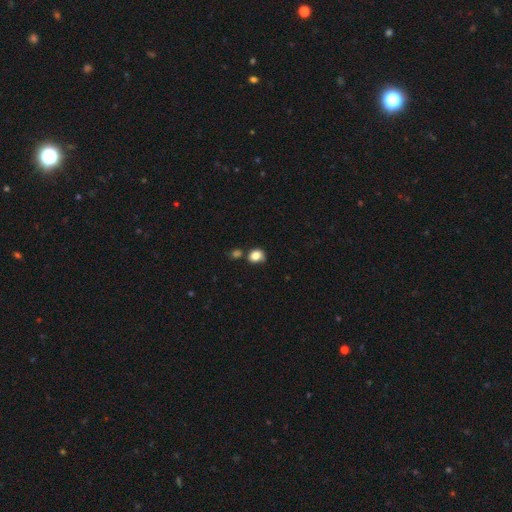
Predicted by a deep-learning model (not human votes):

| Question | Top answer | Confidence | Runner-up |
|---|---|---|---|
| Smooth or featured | smooth | 84% | star or artifact (10%) |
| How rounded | round | 60% | in between (39%) |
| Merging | none | 56% | minor disturbance (23%) |